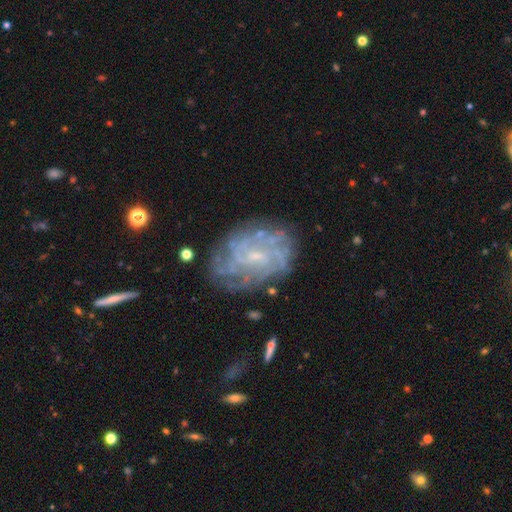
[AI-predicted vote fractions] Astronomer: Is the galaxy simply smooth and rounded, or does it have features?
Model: featured or disk — 79%.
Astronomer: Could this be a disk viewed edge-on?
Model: no — 97%.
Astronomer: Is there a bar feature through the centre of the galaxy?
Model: no — 51% (runner-up: weak, 41%).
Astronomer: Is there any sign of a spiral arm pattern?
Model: yes — 87%.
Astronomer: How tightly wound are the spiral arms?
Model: tight — 58%.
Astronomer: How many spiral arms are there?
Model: can't tell — 48%.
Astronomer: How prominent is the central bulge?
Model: small — 72%.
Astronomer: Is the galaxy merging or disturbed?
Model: none — 72%.